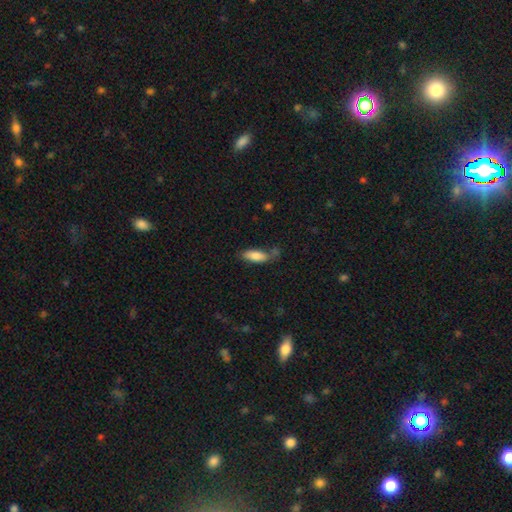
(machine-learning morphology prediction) smooth 82%, featured or disk 11%, star or artifact 7%. Down the decision tree: how rounded — in between (72%); merging — none (56%).